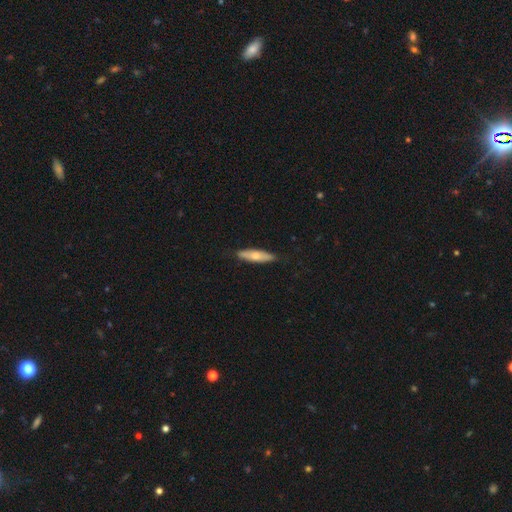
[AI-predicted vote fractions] This appears to be a smooth galaxy with no disk features (58%) that is cigar-shaped (69%). Merging: none (85%).